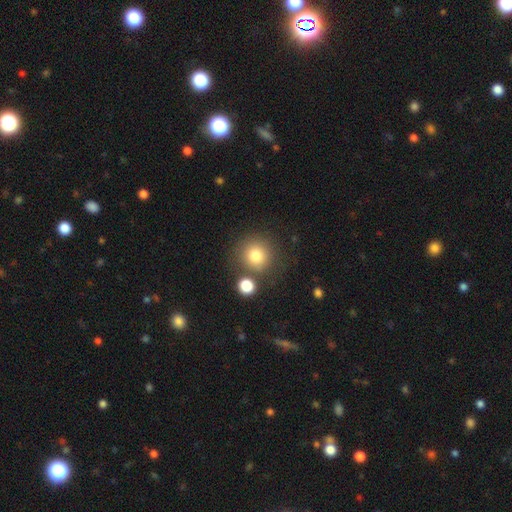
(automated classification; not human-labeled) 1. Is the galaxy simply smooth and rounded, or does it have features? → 79% smooth, 12% star or artifact, 9% featured or disk.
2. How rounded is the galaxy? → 92% round, 7% in between, 1% cigar-shaped.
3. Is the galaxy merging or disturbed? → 74% none, 12% merger, 10% minor disturbance, 4% major disturbance.